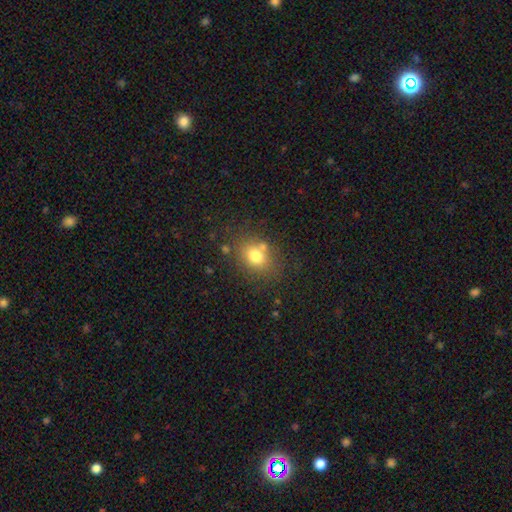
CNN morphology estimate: type=smooth (74%); roundness=round (52%); merging=none (69%).